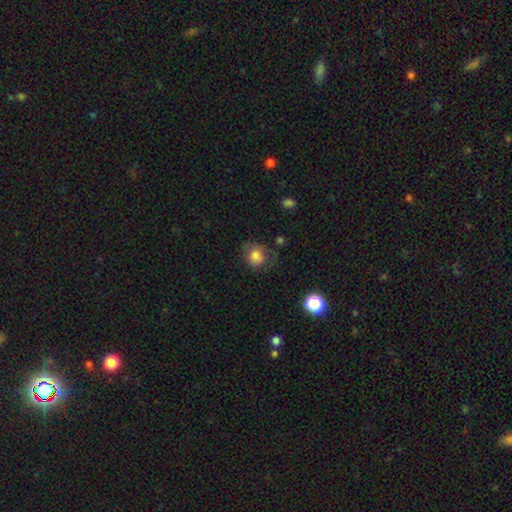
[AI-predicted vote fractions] smooth_or_featured: smooth (p=0.73) [alt: featured or disk p=0.18]
how_rounded: round (p=0.70) [alt: in between p=0.30]
merging: none (p=0.52) [alt: minor disturbance p=0.26]